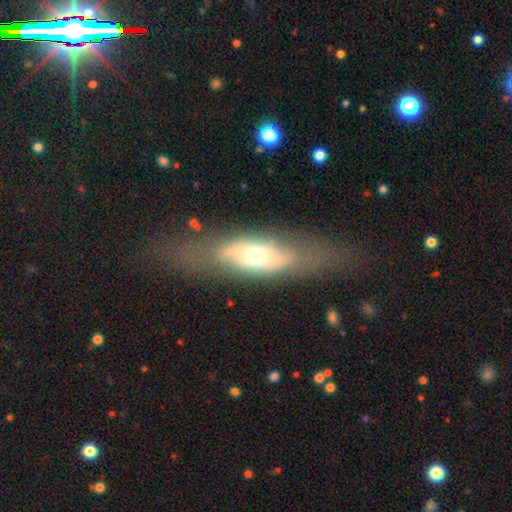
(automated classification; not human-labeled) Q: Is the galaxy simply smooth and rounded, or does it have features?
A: featured or disk — 53%.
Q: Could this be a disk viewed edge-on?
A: no — 62%.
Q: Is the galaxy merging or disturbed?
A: none — 63%.